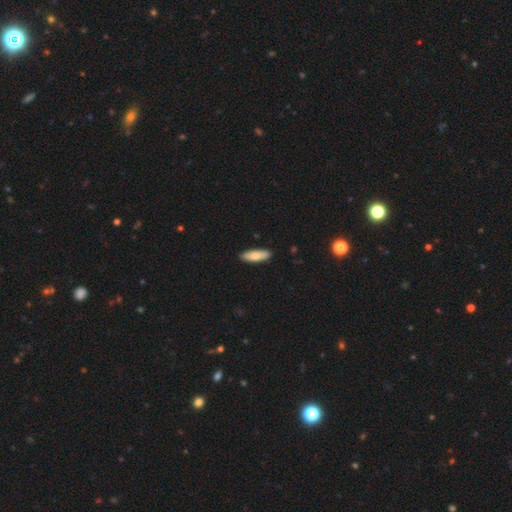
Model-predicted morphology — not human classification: smooth-or-featured: smooth: 74% | featured or disk: 20% | star or artifact: 5%
  how-rounded: in between: 57% | cigar-shaped: 41% | round: 2%
  merging: none: 90% | minor disturbance: 7% | major disturbance: 1% | merger: 1%